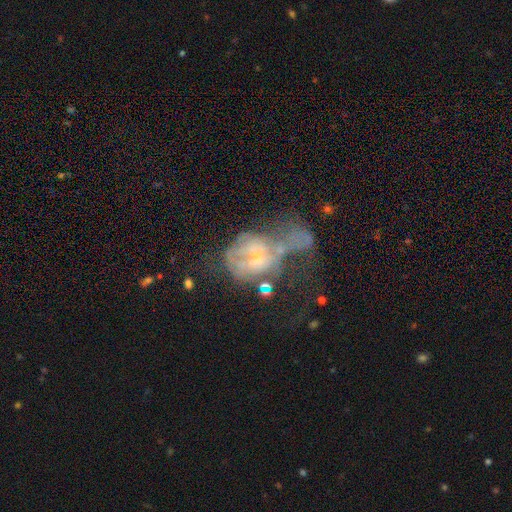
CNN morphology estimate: A featured or disk galaxy (59%) with no bar (72%), no spiral arms (73%) and a small central bulge (44%).

Vote fractions:
- Smooth or featured? featured or disk: 59% / smooth: 27% / star or artifact: 15%
- Edge-on disk? no: 96% / yes: 4%
- Bar? no: 72% / weak: 22% / strong: 6%
- Spiral arms? no: 73% / yes: 27%
- Bulge size? small: 44% / moderate: 35% / none: 16% / large: 4% / dominant: 2%
- Merging? major disturbance: 44% / merger: 33% / none: 13% / minor disturbance: 11%